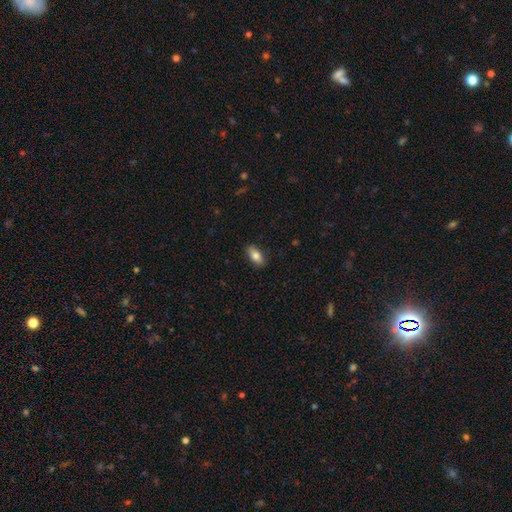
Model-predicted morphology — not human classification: A smooth galaxy with no disk features (80%) that is in between round and cigar-shaped (85%). Merging: none (88%).